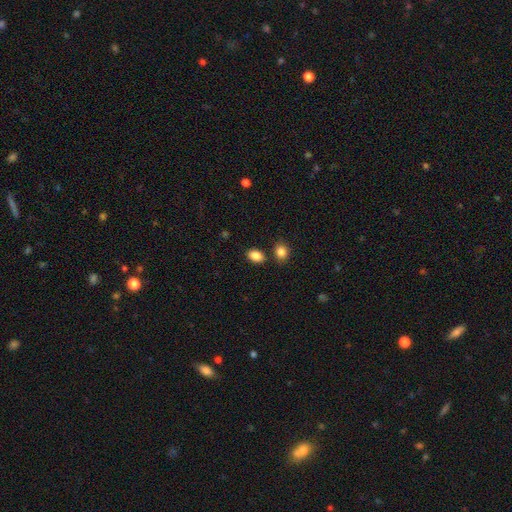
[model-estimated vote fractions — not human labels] Smooth or featured: smooth — 87% (star or artifact — 9%)
How rounded: in between — 82% (round — 17%)
Merging: none — 79% (minor disturbance — 10%)